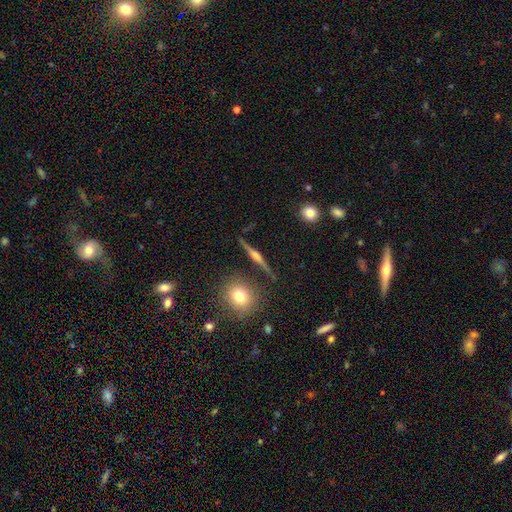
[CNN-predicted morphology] Smooth or featured?
  - featured or disk: 77% *
  - smooth: 15%
  - star or artifact: 8%
Edge-on disk?
  - yes: 96% *
  - no: 4%
Edge-on bulge?
  - rounded: 83% *
  - boxy: 10%
  - none: 7%
Merging?
  - none: 86% *
  - minor disturbance: 9%
  - major disturbance: 3%
  - merger: 2%